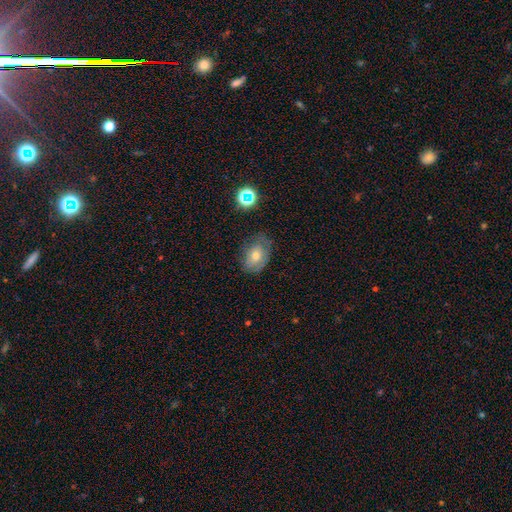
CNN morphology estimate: This appears to be a smooth galaxy with no disk features (55%) that is in between round and cigar-shaped (77%). Merging: none (64%).